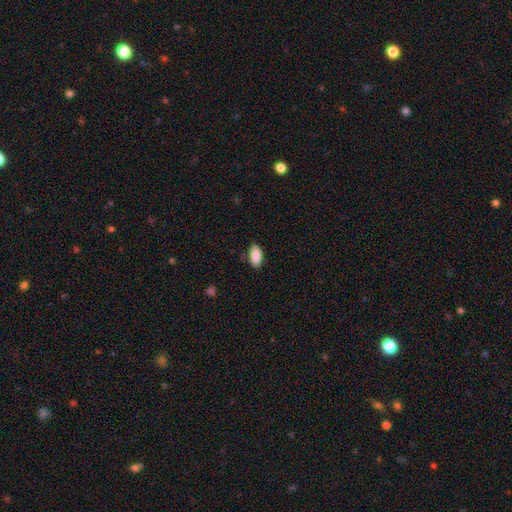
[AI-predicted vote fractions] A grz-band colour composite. It shows a smooth galaxy with no disk features (89%) that is in between round and cigar-shaped (92%). Merging: none (82%).